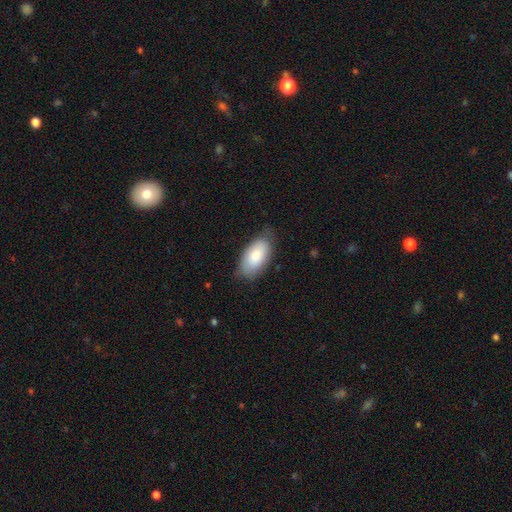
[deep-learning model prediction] This appears to be a smooth galaxy with no disk features (80%) that is in between round and cigar-shaped (94%). Merging: none (72%).